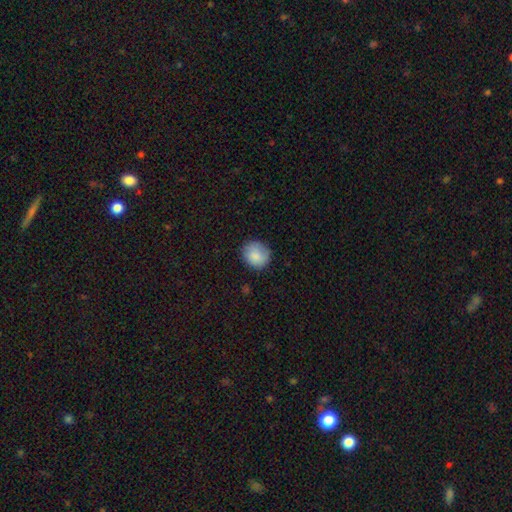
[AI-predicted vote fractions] Morphology: type=smooth (86%); roundness=round (82%); merging=none (81%).